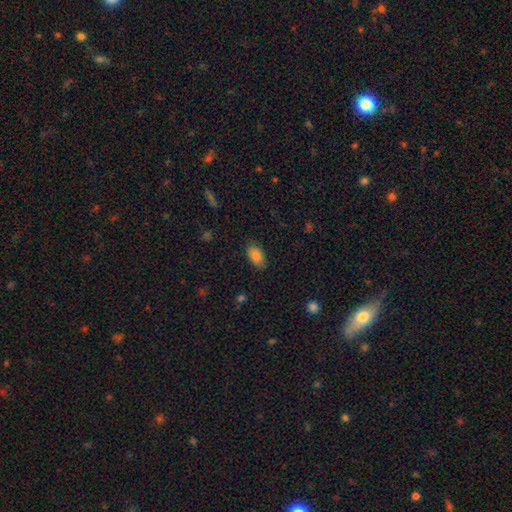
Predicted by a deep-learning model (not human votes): A smooth galaxy with no disk features (83%) that is in between round and cigar-shaped (92%). Merging: none (84%).